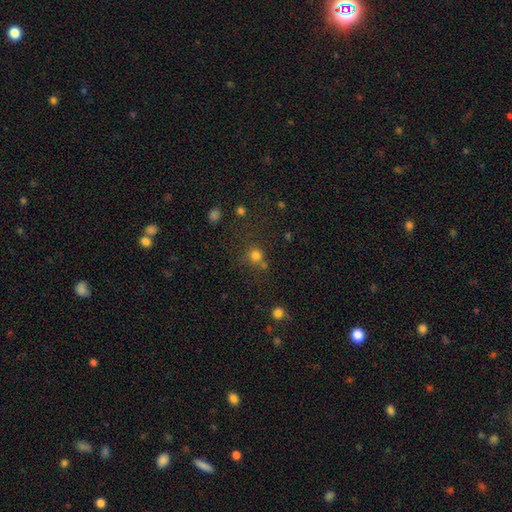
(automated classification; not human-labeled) This is likely a smooth galaxy (76%). How rounded: clearly round (90%). Merging: likely none (67%).